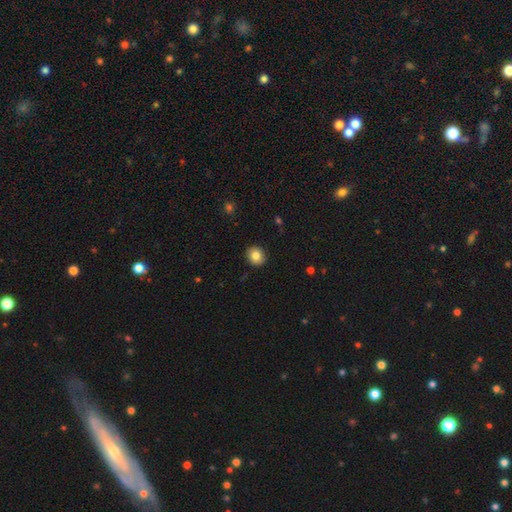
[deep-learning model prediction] Overall: smooth (83%). How rounded: round (78%). Merging: none (91%).